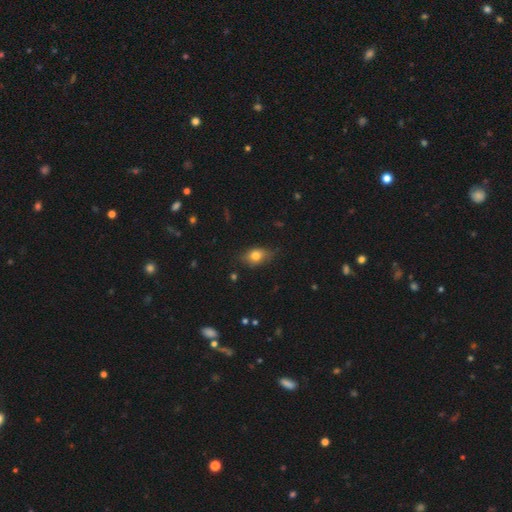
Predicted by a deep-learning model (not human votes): Smooth or featured?
  - smooth: 75% *
  - featured or disk: 16%
  - star or artifact: 10%
How rounded?
  - in between: 75% *
  - round: 21%
  - cigar-shaped: 4%
Merging?
  - none: 70% *
  - minor disturbance: 24%
  - major disturbance: 4%
  - merger: 1%